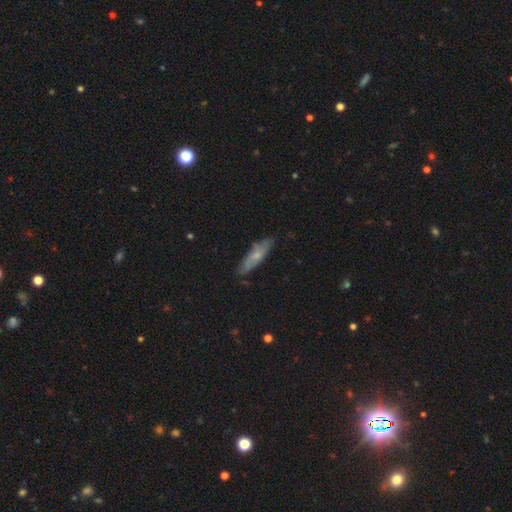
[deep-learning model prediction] smooth_or_featured: smooth (p=0.58) [alt: featured or disk p=0.35]
how_rounded: cigar-shaped (p=0.74) [alt: in between p=0.24]
merging: none (p=0.82) [alt: minor disturbance p=0.15]